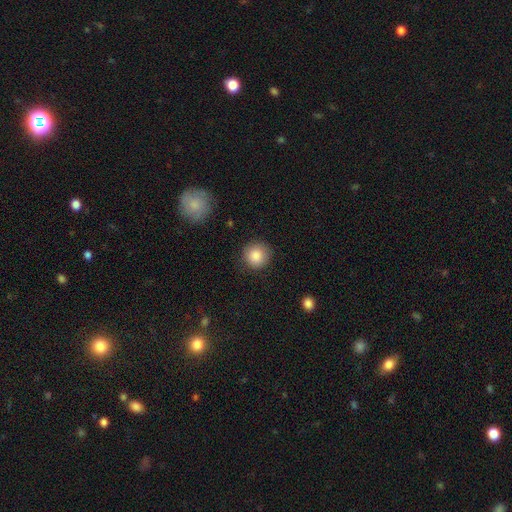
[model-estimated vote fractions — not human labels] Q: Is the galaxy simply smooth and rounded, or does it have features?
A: smooth — 86%.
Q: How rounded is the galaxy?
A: round — 93%.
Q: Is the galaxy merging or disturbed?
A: none — 87%.